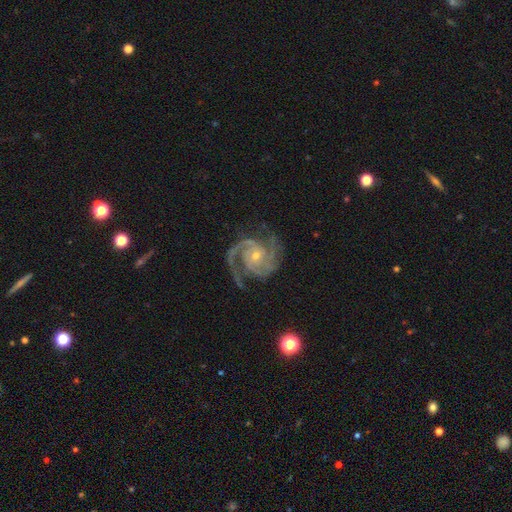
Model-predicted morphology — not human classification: smooth-or-featured: featured or disk: 93% | star or artifact: 4% | smooth: 2%
  disk-edge-on: no: 98% | yes: 2%
    bar: no: 68% | weak: 23% | strong: 9%
    has-spiral-arms: yes: 99% | no: 1%
      spiral-winding: medium: 47% | tight: 46% | loose: 7%
      spiral-arm-count: 2: 60% | 3: 24% | can't tell: 5% | 4: 4% | 1: 4% | more than 4: 4%
    bulge-size: small: 68% | moderate: 29% | none: 1% | large: 1% | dominant: 1%
  merging: none: 76% | minor disturbance: 15% | major disturbance: 7% | merger: 1%